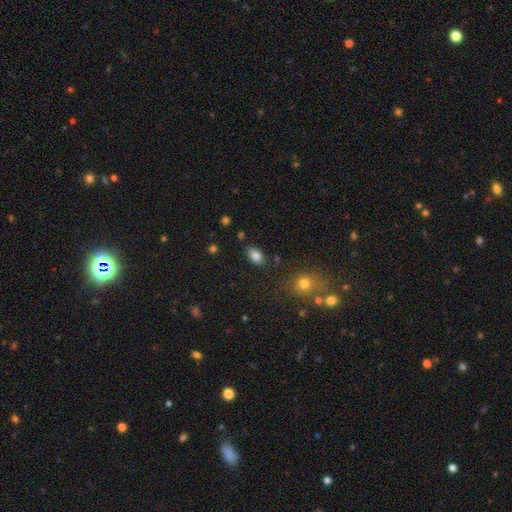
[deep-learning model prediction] A smooth galaxy with no disk features (83%) that is in between round and cigar-shaped (90%). Merging: none (83%).